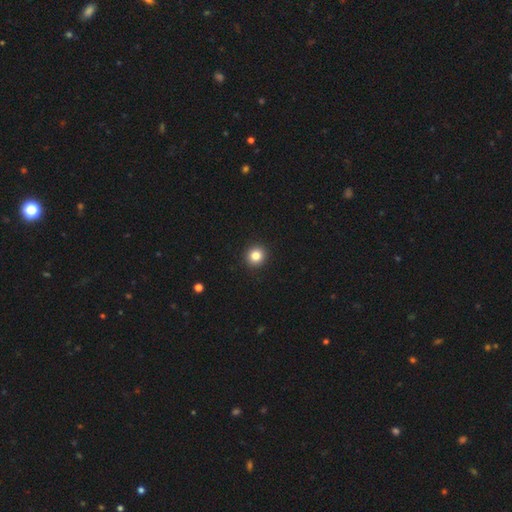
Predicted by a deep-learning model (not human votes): This is clearly a smooth galaxy (83%). How rounded: clearly round (93%). Merging: clearly none (93%).